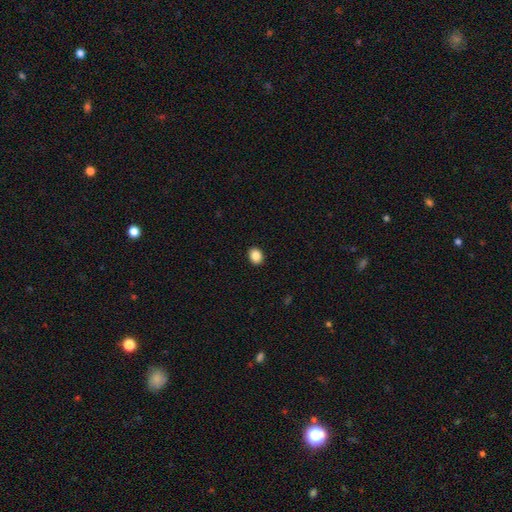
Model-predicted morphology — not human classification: Smooth or featured? Predicted: smooth (p=0.88). How rounded? Predicted: in between (p=0.51). Merging? Predicted: none (p=0.92).